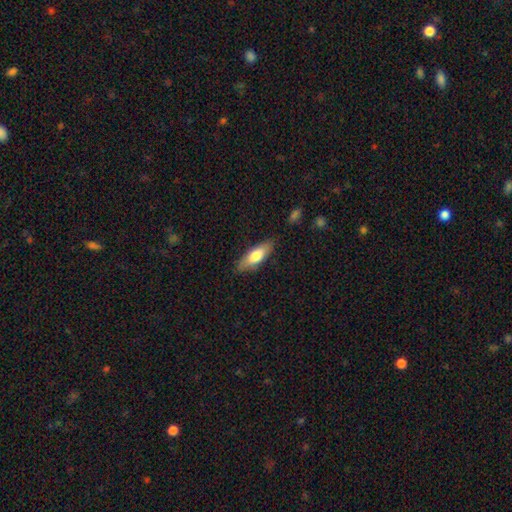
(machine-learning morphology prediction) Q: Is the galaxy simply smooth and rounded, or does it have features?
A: smooth — 70%.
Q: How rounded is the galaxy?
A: in between — 55%.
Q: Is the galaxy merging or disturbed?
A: none — 83%.